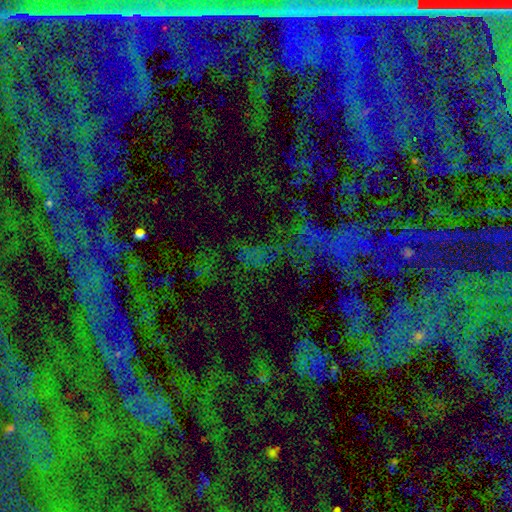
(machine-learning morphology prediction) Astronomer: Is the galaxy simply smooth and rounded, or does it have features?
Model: star or artifact — 67%.